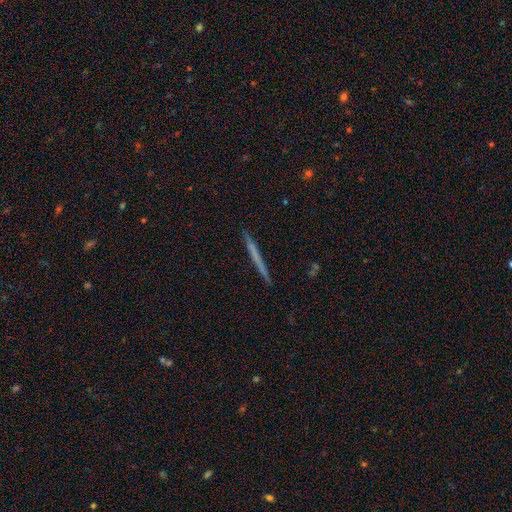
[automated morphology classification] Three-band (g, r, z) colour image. It shows a smooth galaxy with no disk features (53%) that is cigar-shaped (97%). Merging: none (92%).